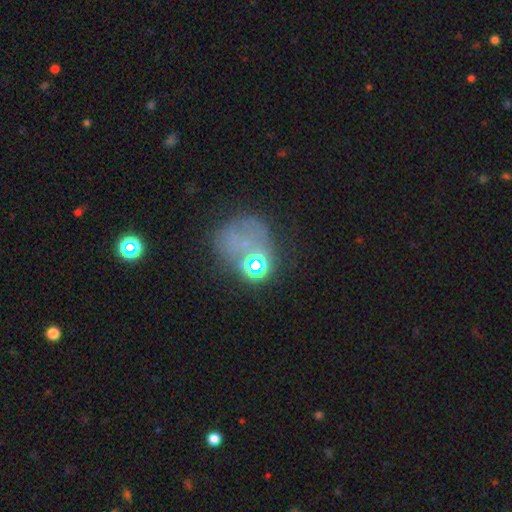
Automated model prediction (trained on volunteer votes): Smooth or featured?
  - smooth: 38% *
  - star or artifact: 37%
  - featured or disk: 25%
Merging?
  - none: 45% *
  - major disturbance: 24%
  - minor disturbance: 18%
  - merger: 13%